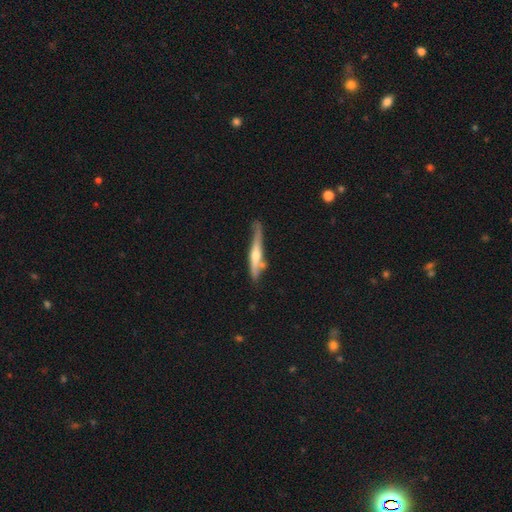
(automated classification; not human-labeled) A featured or disk galaxy (65%) viewed edge-on (89%) with a rounded central bulge (81%). Merging: none (59%).